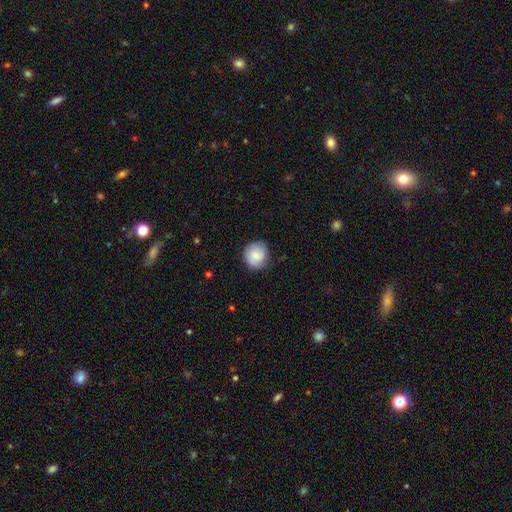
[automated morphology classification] smooth_or_featured: smooth (p=0.76) [alt: featured or disk p=0.17]
how_rounded: round (p=0.88) [alt: in between p=0.11]
merging: none (p=0.80) [alt: minor disturbance p=0.15]